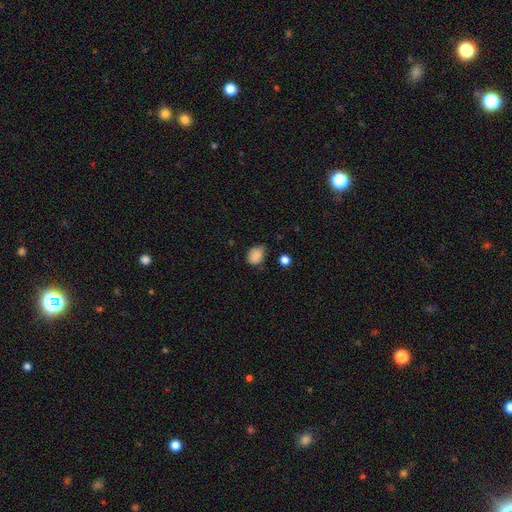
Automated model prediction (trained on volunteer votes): Smooth or featured?
  - smooth: 85% *
  - star or artifact: 10%
  - featured or disk: 5%
How rounded?
  - in between: 55% *
  - round: 44%
  - cigar-shaped: 1%
Merging?
  - none: 64% *
  - minor disturbance: 28%
  - major disturbance: 5%
  - merger: 3%